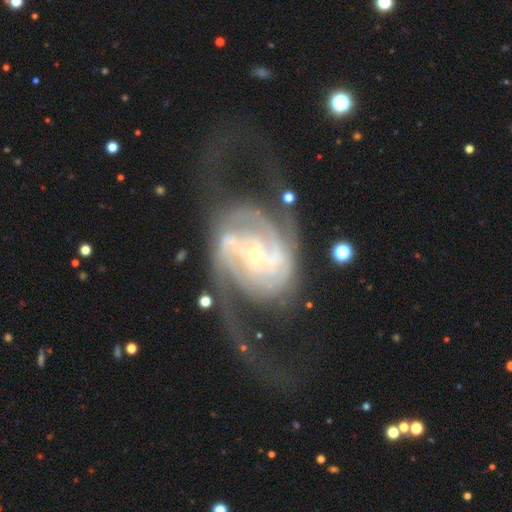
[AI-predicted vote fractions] Smooth or featured: featured or disk — 91% (star or artifact — 5%)
Edge-on disk: no — 97% (yes — 3%)
Bar: no — 39% (weak — 34%)
Spiral arms: yes — 97% (no — 3%)
Spiral winding: medium — 44% (tight — 33%)
Spiral arm count: 2 — 62% (can't tell — 13%)
Bulge size: small — 71% (moderate — 25%)
Merging: none — 41% (major disturbance — 40%)